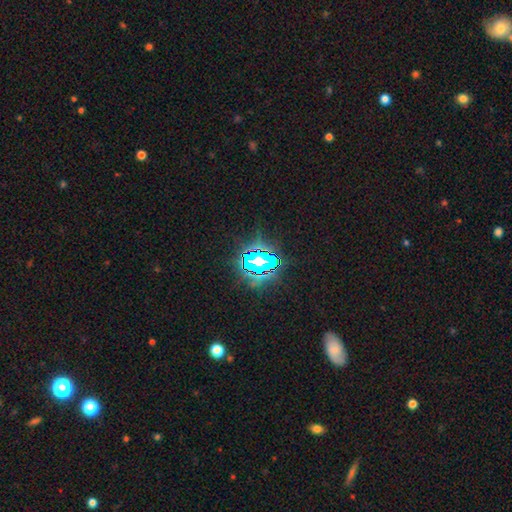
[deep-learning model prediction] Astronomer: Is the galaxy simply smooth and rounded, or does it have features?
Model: star or artifact — 81%.